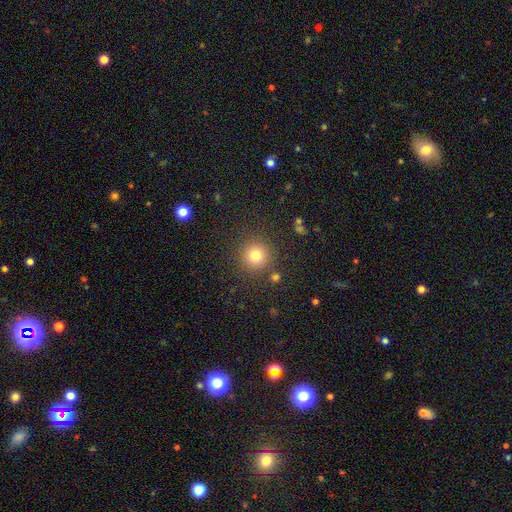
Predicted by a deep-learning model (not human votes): Smooth or featured?
  - smooth: 78% *
  - star or artifact: 15%
  - featured or disk: 7%
How rounded?
  - round: 94% *
  - in between: 5%
  - cigar-shaped: 1%
Merging?
  - none: 87% *
  - minor disturbance: 7%
  - major disturbance: 3%
  - merger: 3%